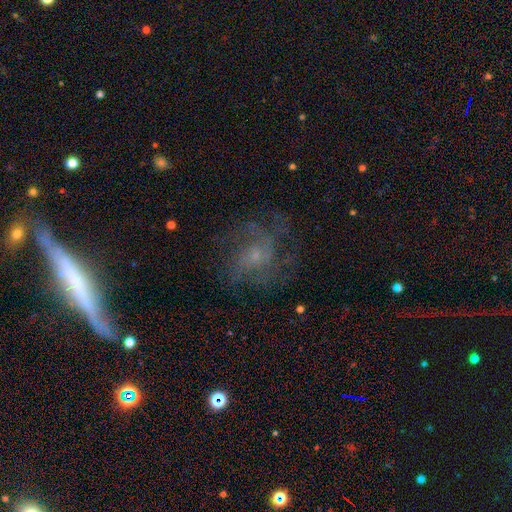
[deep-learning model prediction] This appears to be a featured or disk galaxy (68%) with no bar (71%), medium (45%) spiral arms (85%) and a small central bulge (61%). Merging: none (64%).